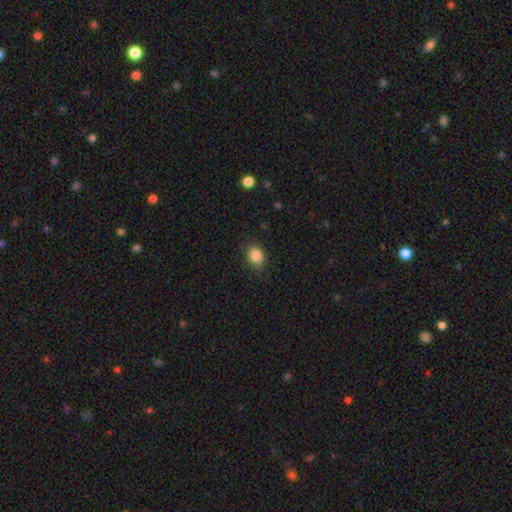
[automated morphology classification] The model was most divided on "how rounded": in between: 66%, round: 33%, cigar-shaped: 1%. More confident: smooth or featured — smooth (85%); merging — none (82%).